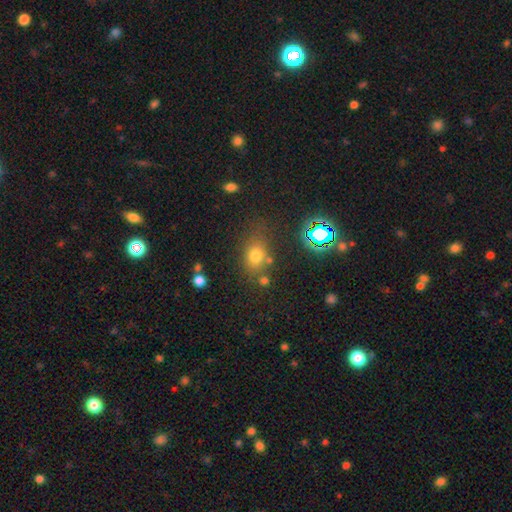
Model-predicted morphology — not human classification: Overall: smooth (69%). How rounded: in between (55%; round 43%). Merging: none (69%).